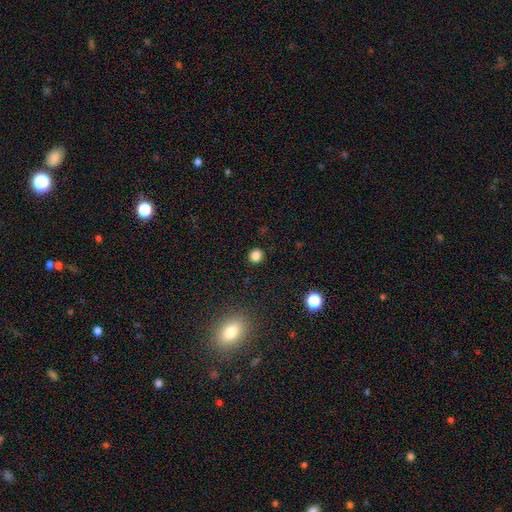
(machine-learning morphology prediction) The model was most divided on "smooth or featured": smooth: 83%, star or artifact: 13%, featured or disk: 4%. More confident: merging — none (91%); how rounded — round (91%).